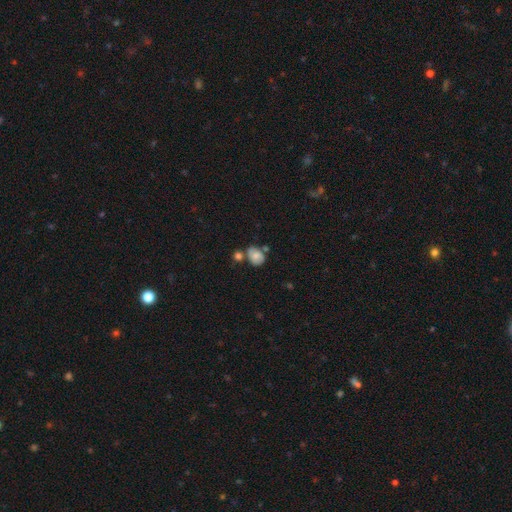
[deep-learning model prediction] This appears to be a smooth galaxy with no disk features (60%) that is round (50%). Merging: none (50%).